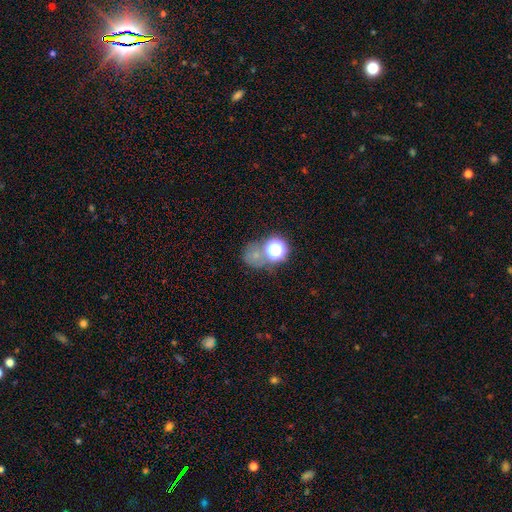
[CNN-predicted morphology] Smooth or featured: smooth — 53% (star or artifact — 33%)
How rounded: round — 70% (in between — 29%)
Merging: none — 47% (merger — 25%)